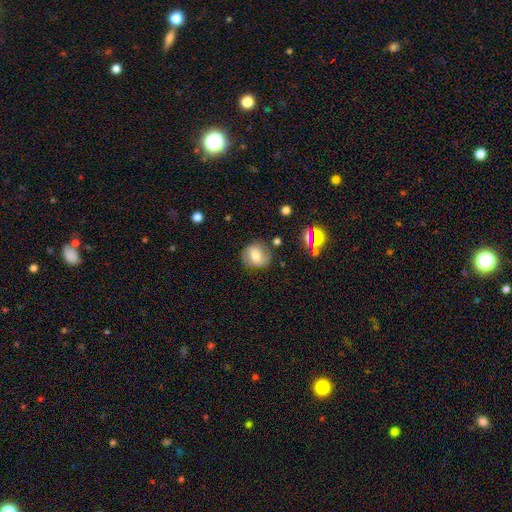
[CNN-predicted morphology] smooth_or_featured: smooth (p=0.65) [alt: featured or disk p=0.24]
how_rounded: round (p=0.81) [alt: in between p=0.18]
merging: none (p=0.75) [alt: minor disturbance p=0.16]